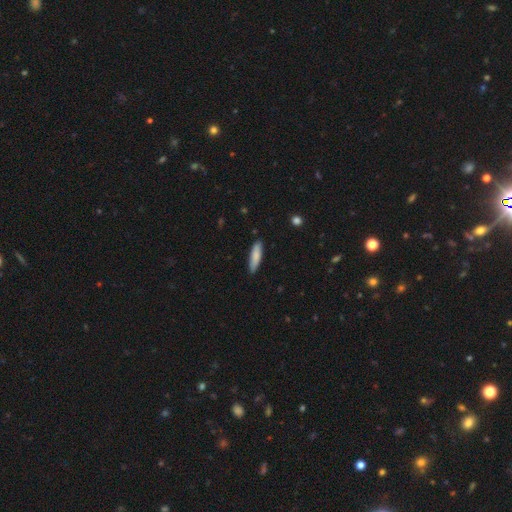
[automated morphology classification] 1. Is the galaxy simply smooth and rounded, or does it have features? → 83% smooth, 12% featured or disk, 6% star or artifact.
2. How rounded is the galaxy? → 70% cigar-shaped, 29% in between, 1% round.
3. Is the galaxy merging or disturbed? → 87% none, 10% minor disturbance, 2% major disturbance, 1% merger.